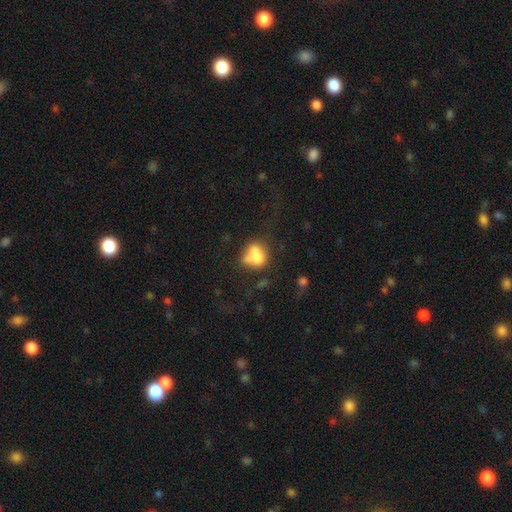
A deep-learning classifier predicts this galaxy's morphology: smooth 67%, featured or disk 22%, star or artifact 11%. Down the decision tree: how rounded — in between (56%); merging — merger (35%).